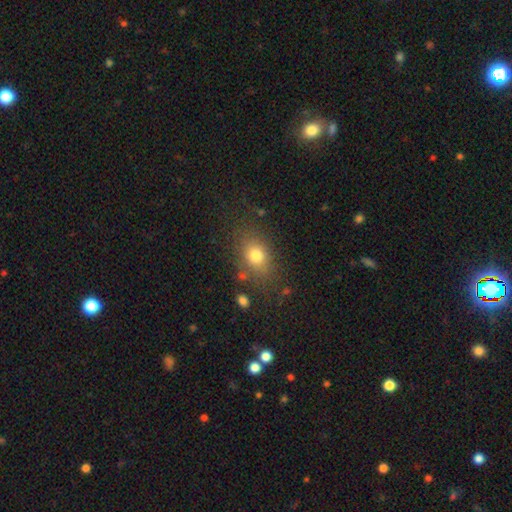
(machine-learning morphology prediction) Smooth or featured: smooth — 76% (star or artifact — 13%)
How rounded: in between — 61% (round — 37%)
Merging: none — 75% (minor disturbance — 15%)